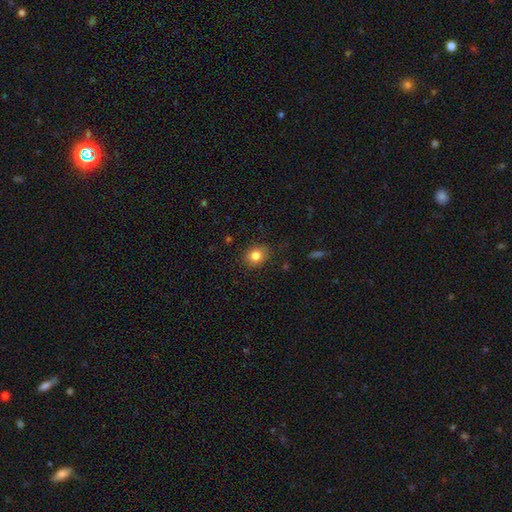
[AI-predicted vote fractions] A smooth galaxy with no disk features (82%) that is round (65%).

Vote fractions:
- Smooth or featured? smooth: 82% / star or artifact: 10% / featured or disk: 8%
- How rounded? round: 65% / in between: 34% / cigar-shaped: 1%
- Merging? none: 85% / minor disturbance: 12% / major disturbance: 3% / merger: 1%